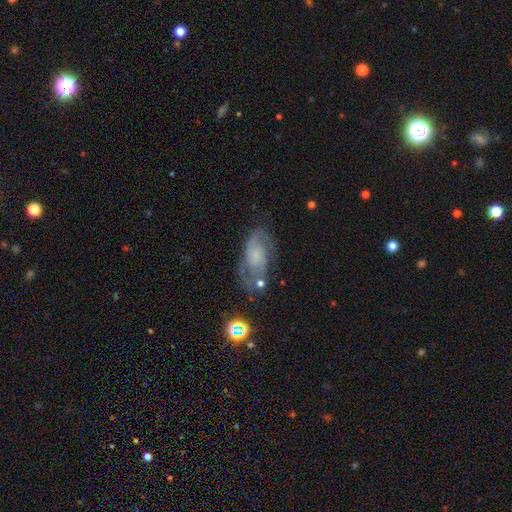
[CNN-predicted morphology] Overall: featured or disk (67%). Edge-on disk: no (95%). Bar: no (70%). Spiral arms: yes (87%). Spiral arm count: 2 (71%). Spiral winding: medium (47%; tight 33%). Bulge size: small (38%; none 34%). Merging: none (60%; minor disturbance 23%).